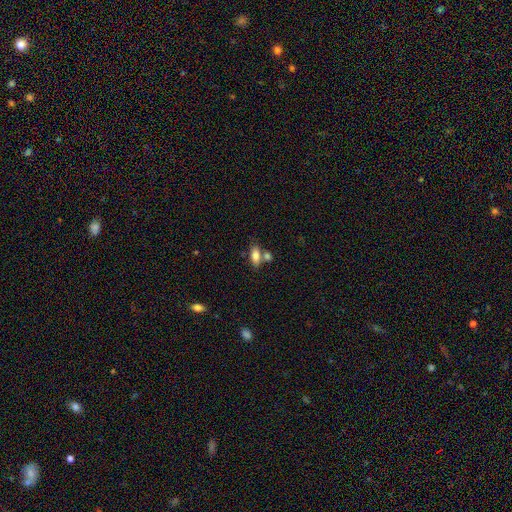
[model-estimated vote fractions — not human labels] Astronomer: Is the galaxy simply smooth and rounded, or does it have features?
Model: smooth — 80%.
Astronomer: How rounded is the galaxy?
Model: in between — 85%.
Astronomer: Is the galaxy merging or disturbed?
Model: none — 55% (runner-up: merger, 30%).